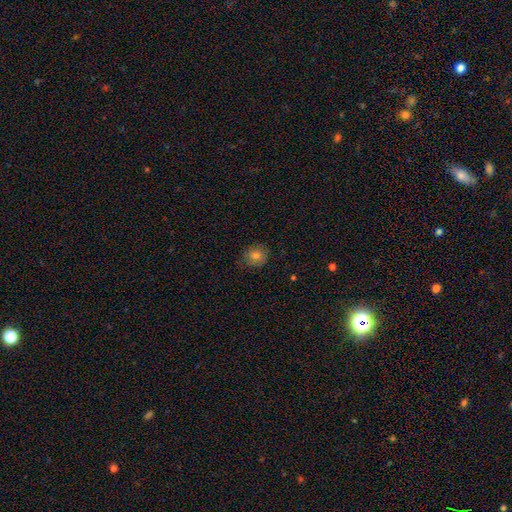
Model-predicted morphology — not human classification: Smooth or featured?
  - smooth: 78% *
  - star or artifact: 12%
  - featured or disk: 10%
How rounded?
  - round: 78% *
  - in between: 21%
  - cigar-shaped: 1%
Merging?
  - none: 80% *
  - minor disturbance: 16%
  - major disturbance: 3%
  - merger: 1%